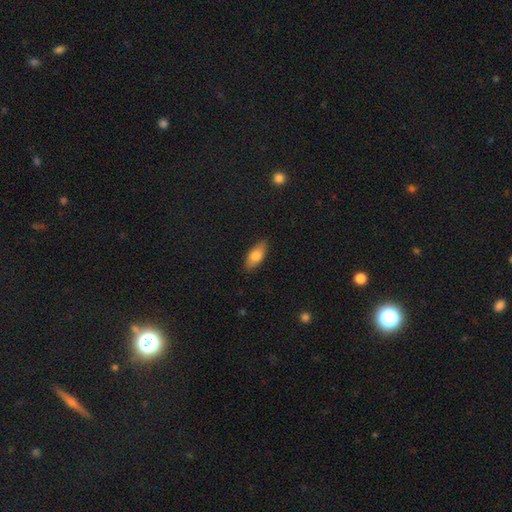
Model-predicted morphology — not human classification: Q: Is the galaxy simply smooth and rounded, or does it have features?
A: smooth — 75%.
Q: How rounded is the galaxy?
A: in between — 84%.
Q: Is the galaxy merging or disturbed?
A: none — 87%.